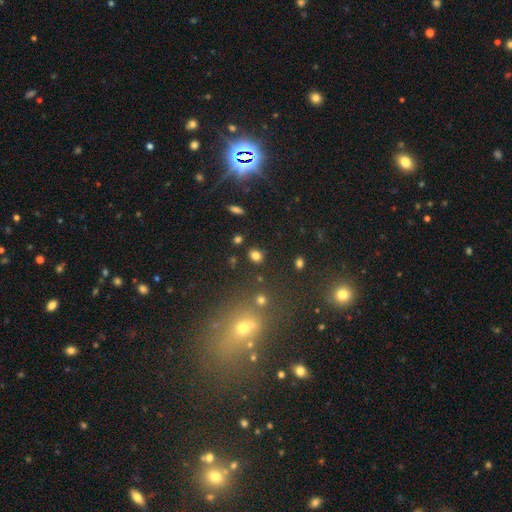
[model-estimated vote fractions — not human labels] smooth_or_featured: smooth (p=0.79) [alt: star or artifact p=0.15]
how_rounded: round (p=0.57) [alt: in between p=0.42]
merging: none (p=0.84) [alt: minor disturbance p=0.09]